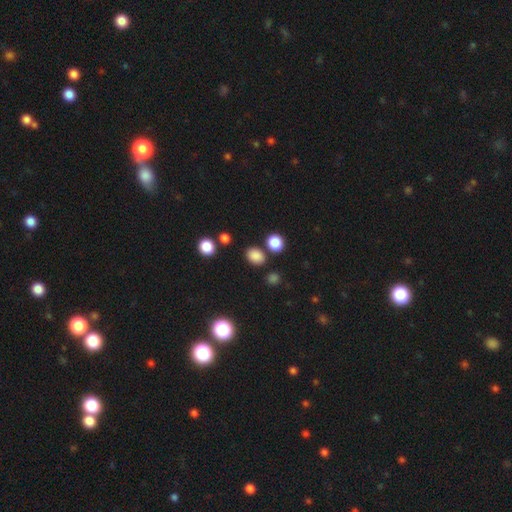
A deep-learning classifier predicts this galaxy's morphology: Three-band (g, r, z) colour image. It shows a smooth galaxy with no disk features (83%) that is in between round and cigar-shaped (60%). Merging: none (79%).